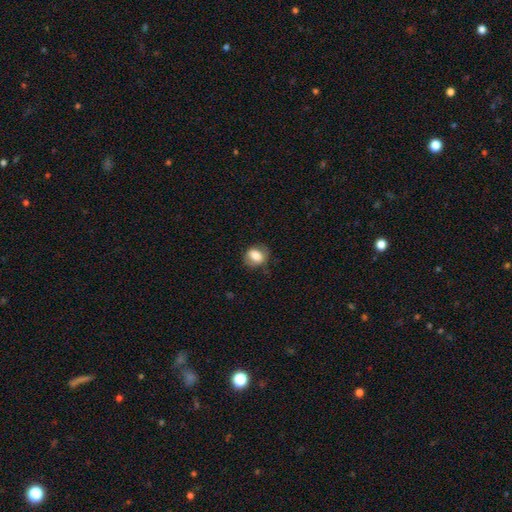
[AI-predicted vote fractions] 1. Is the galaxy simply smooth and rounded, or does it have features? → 77% smooth, 15% featured or disk, 8% star or artifact.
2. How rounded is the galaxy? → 53% in between, 46% round, 1% cigar-shaped.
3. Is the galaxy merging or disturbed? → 67% none, 23% minor disturbance, 9% major disturbance, 1% merger.